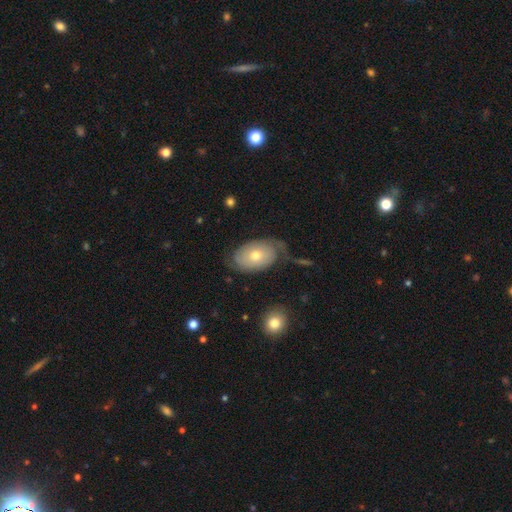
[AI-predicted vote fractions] smooth_or_featured: featured or disk (p=0.57) [alt: smooth p=0.36]
disk_edge_on: no (p=0.94) [alt: yes p=0.06]
bar: no (p=0.85) [alt: weak p=0.12]
has_spiral_arms: yes (p=0.73) [alt: no p=0.27]
bulge_size: moderate (p=0.61) [alt: small p=0.34]
merging: none (p=0.53) [alt: minor disturbance p=0.24]